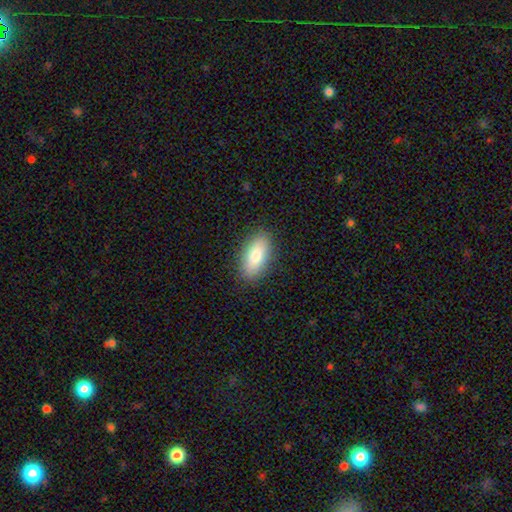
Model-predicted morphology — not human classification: smooth_or_featured: smooth (p=0.81) [alt: featured or disk p=0.12]
how_rounded: in between (p=0.88) [alt: cigar-shaped p=0.09]
merging: none (p=0.88) [alt: minor disturbance p=0.09]